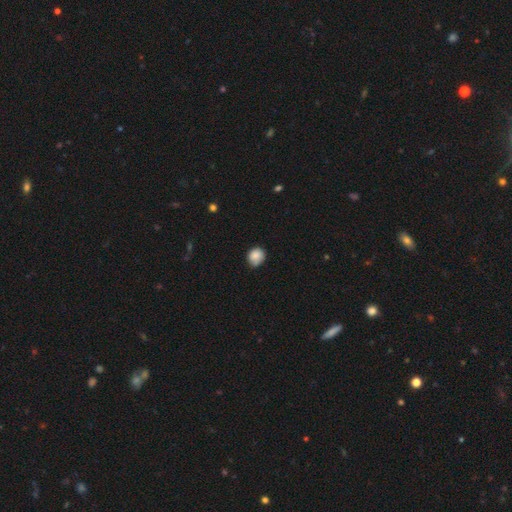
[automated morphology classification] type=smooth (85%); roundness=round (76%); merging=none (63%).